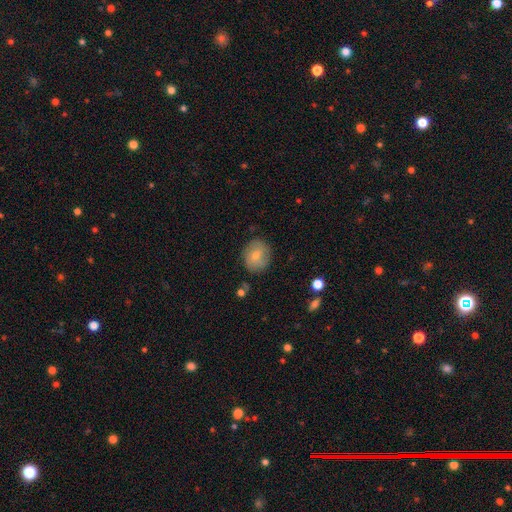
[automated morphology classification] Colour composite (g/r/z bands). It shows a smooth galaxy with no disk features (56%) that is round (73%). Merging: none (81%).